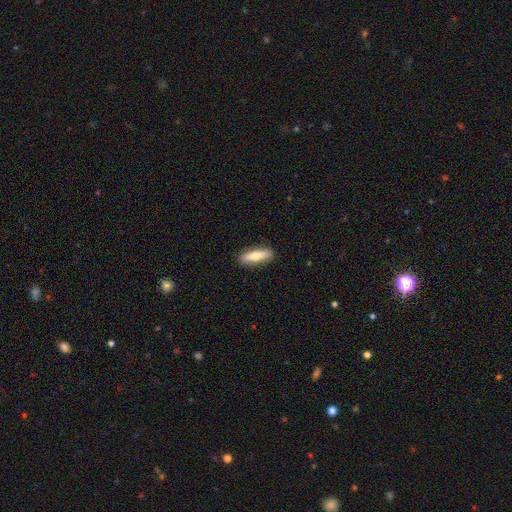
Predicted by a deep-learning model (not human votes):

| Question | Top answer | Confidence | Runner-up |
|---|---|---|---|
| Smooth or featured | smooth | 64% | featured or disk (30%) |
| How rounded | cigar-shaped | 55% | in between (43%) |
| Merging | none | 87% | minor disturbance (10%) |